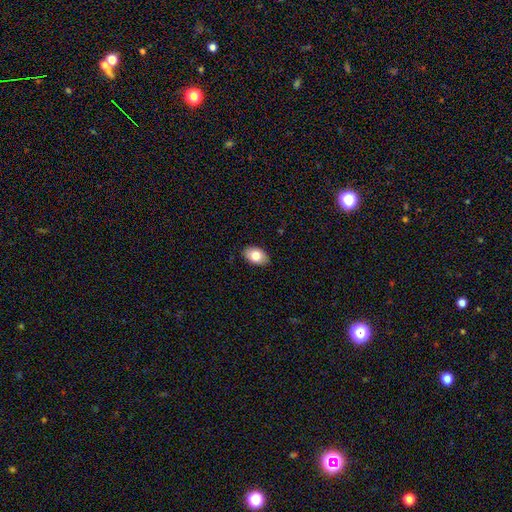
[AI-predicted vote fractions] This appears to be a smooth galaxy with no disk features (80%) that is in between round and cigar-shaped (90%). Merging: none (87%).